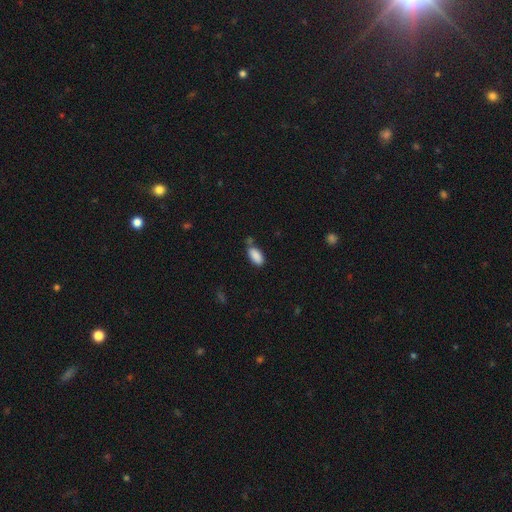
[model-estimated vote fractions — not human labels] The model was most divided on "merging": none: 61%, minor disturbance: 21%, merger: 13%, major disturbance: 5%. More confident: how rounded — in between (91%); smooth or featured — smooth (88%).